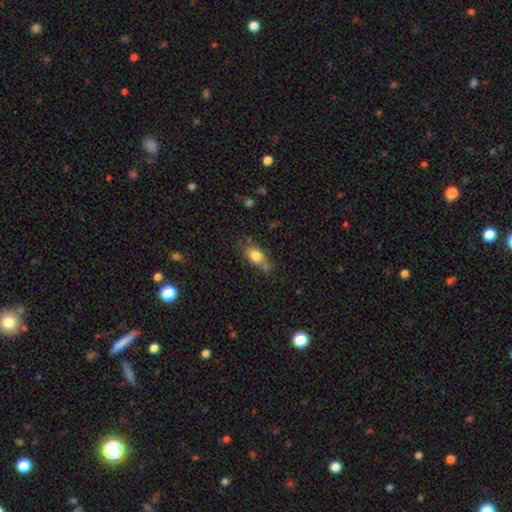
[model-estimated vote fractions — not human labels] Overall: smooth (78%). How rounded: in between (77%). Merging: none (55%; minor disturbance 24%).